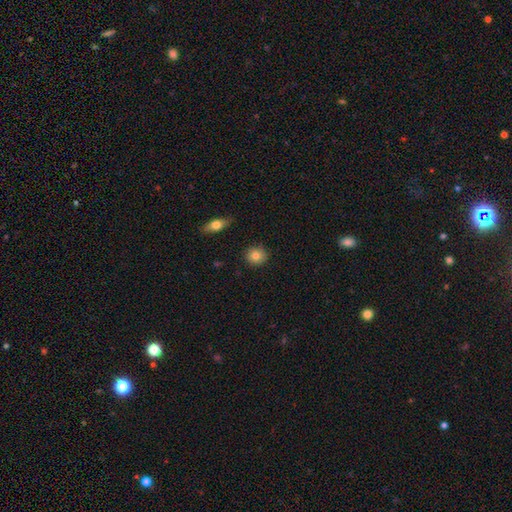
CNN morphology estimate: A smooth galaxy with no disk features (83%) that is round (87%). Merging: none (89%).